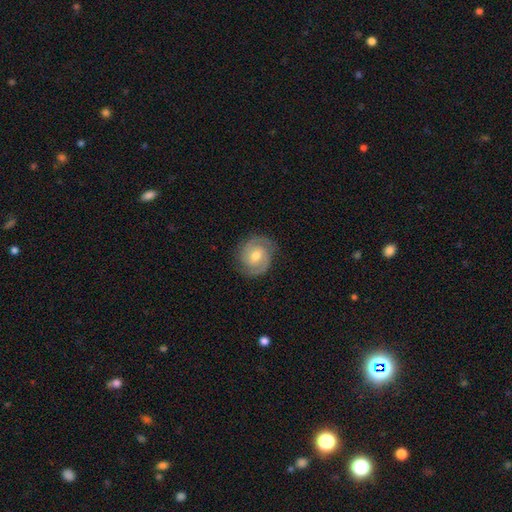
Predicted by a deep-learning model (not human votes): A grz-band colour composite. It shows a featured or disk galaxy (83%) with a weak bar (46%), 2 (89%) tight (57%) spiral arms (96%) and a moderate central bulge (69%). Merging: none (85%).